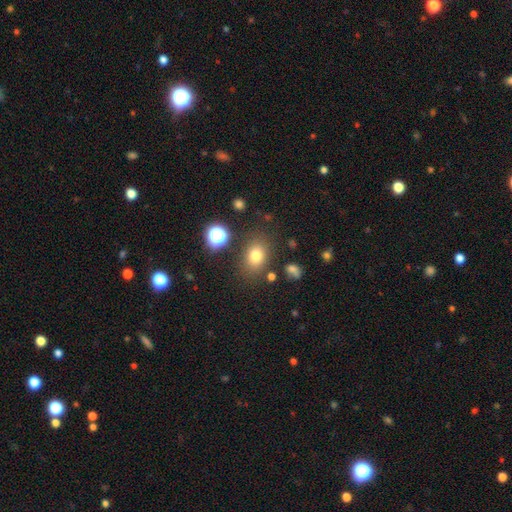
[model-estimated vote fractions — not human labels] A smooth galaxy with no disk features (76%) that is in between round and cigar-shaped (64%). Merging: none (79%).